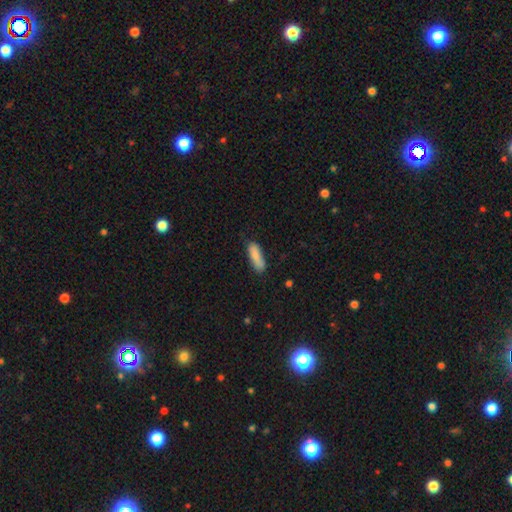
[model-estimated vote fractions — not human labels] Smooth or featured? Predicted: smooth (p=0.86). How rounded? Predicted: in between (p=0.52). Merging? Predicted: none (p=0.72).